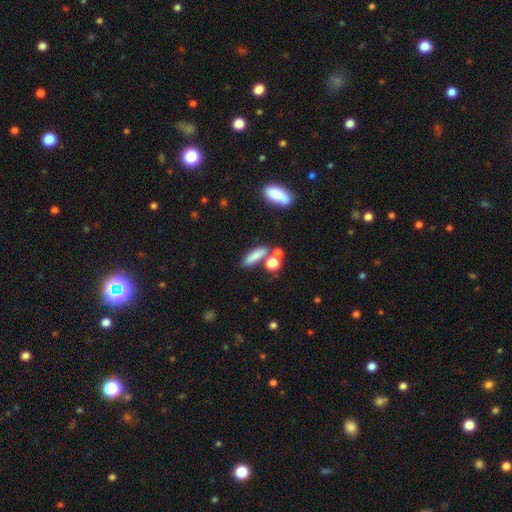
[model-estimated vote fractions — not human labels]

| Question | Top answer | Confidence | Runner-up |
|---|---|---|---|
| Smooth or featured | smooth | 77% | featured or disk (12%) |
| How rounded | cigar-shaped | 52% | in between (38%) |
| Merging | none | 62% | merger (19%) |